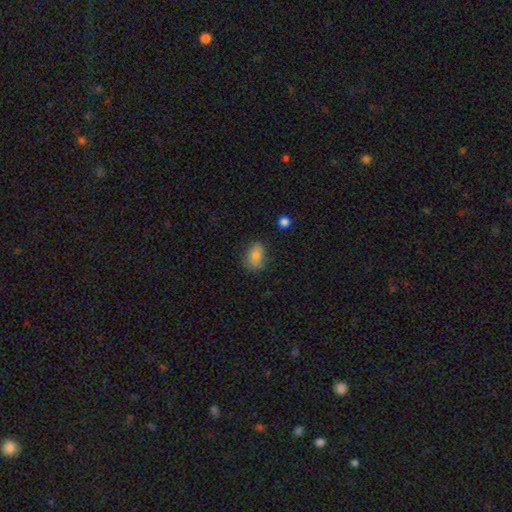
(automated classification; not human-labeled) Smooth or featured: smooth — 82% (star or artifact — 9%)
How rounded: in between — 81% (round — 17%)
Merging: none — 73% (minor disturbance — 21%)